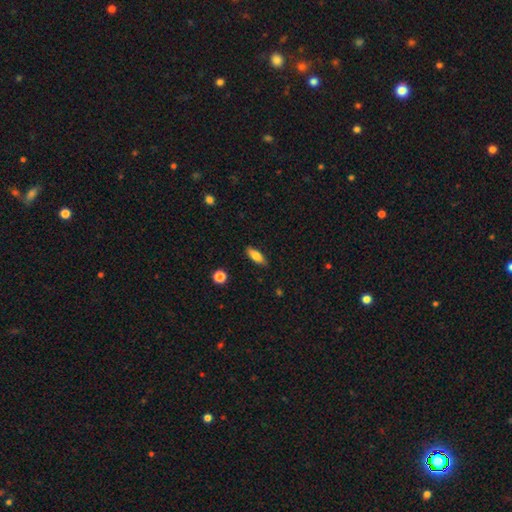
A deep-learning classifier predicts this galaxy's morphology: Smooth or featured? Predicted: smooth (p=0.75). How rounded? Predicted: in between (p=0.65). Merging? Predicted: none (p=0.86).